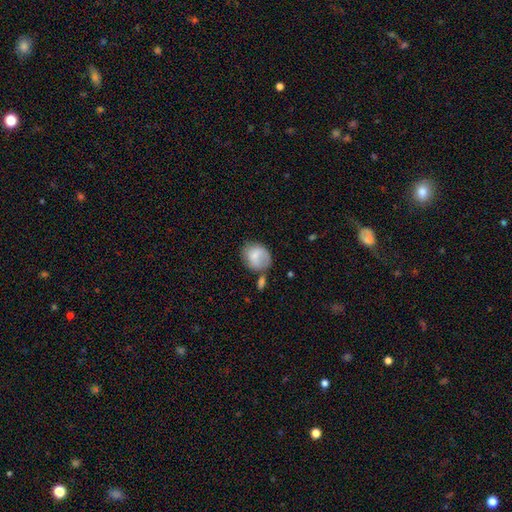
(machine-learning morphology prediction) Smooth or featured: smooth — 69% (featured or disk — 24%)
How rounded: round — 67% (in between — 32%)
Merging: none — 50% (minor disturbance — 26%)